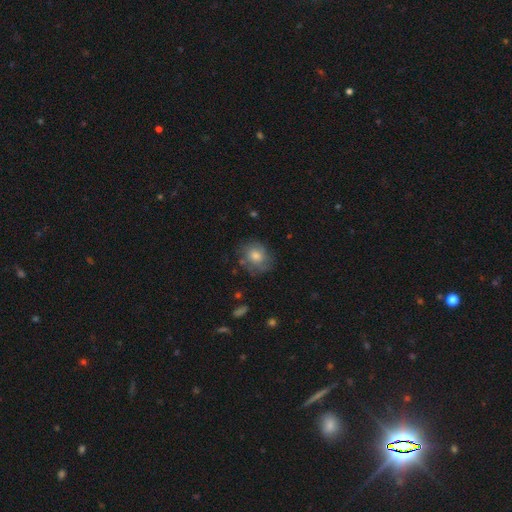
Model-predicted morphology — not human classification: Smooth or featured?
  - smooth: 59% *
  - featured or disk: 31%
  - star or artifact: 10%
How rounded?
  - round: 67% *
  - in between: 32%
  - cigar-shaped: 1%
Merging?
  - none: 71% *
  - minor disturbance: 20%
  - major disturbance: 7%
  - merger: 2%